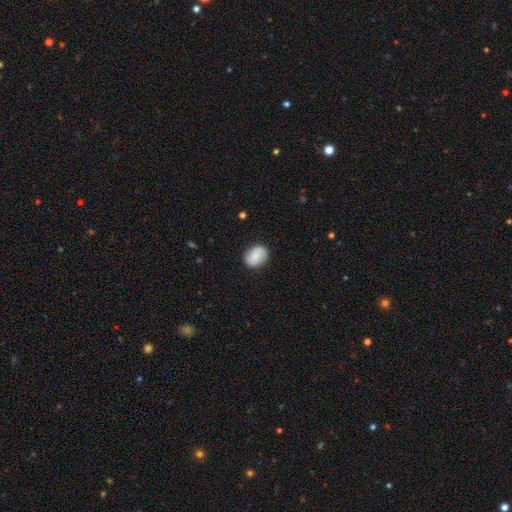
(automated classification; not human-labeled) smooth-or-featured: smooth: 75% | featured or disk: 18% | star or artifact: 7%
  how-rounded: in between: 68% | round: 31% | cigar-shaped: 1%
  merging: none: 81% | minor disturbance: 15% | major disturbance: 3% | merger: 1%